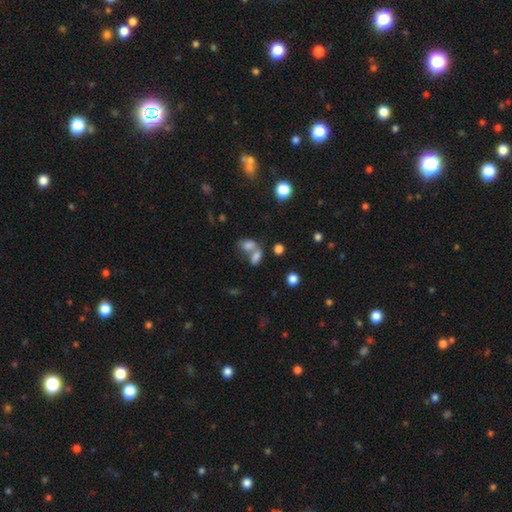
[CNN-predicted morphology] Smooth or featured? Predicted: smooth (p=0.75). How rounded? Predicted: in between (p=0.80). Merging? Predicted: merger (p=0.57).